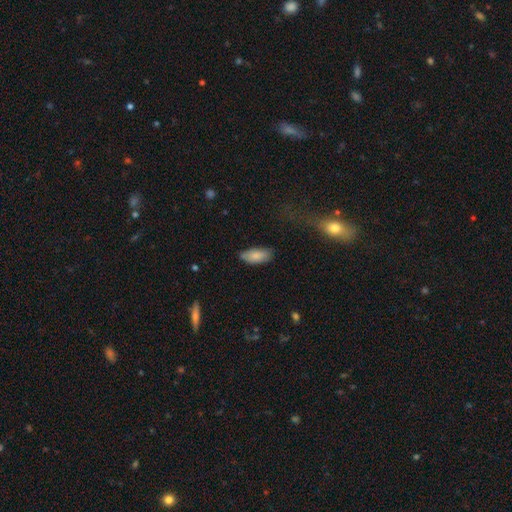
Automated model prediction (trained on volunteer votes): Morphology: type=smooth (85%); roundness=in between (87%); merging=none (77%).